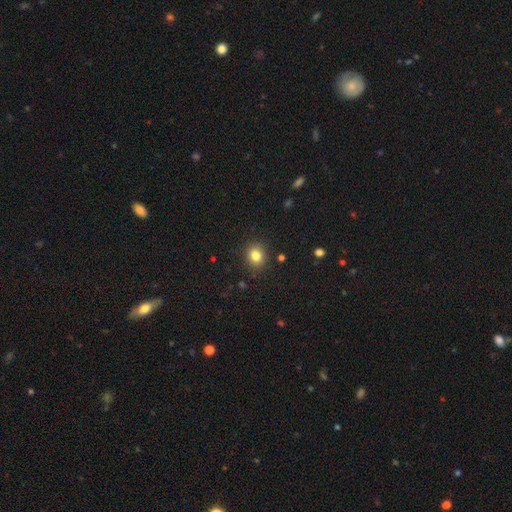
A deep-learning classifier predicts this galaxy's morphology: Smooth or featured?
  - smooth: 82% *
  - star or artifact: 11%
  - featured or disk: 6%
How rounded?
  - round: 73% *
  - in between: 27%
  - cigar-shaped: 1%
Merging?
  - none: 89% *
  - minor disturbance: 7%
  - major disturbance: 2%
  - merger: 1%